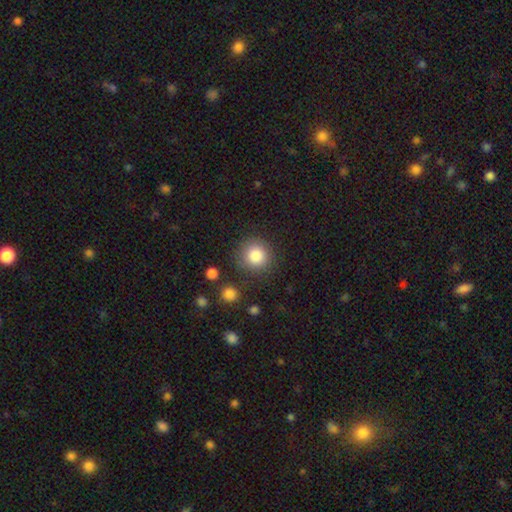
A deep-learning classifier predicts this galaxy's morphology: Overall: smooth (84%). How rounded: round (92%). Merging: none (84%).